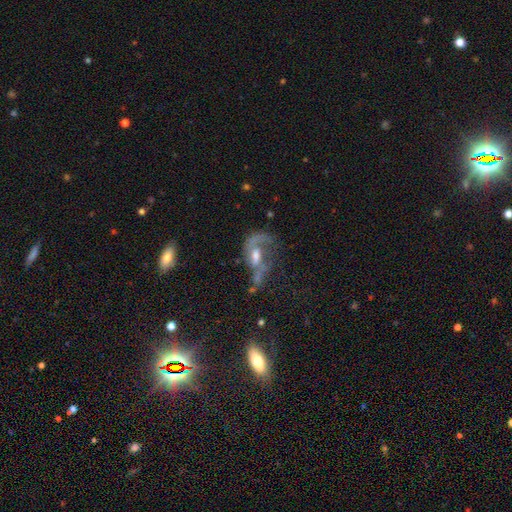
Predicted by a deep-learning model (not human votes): Smooth or featured? Predicted: featured or disk (p=0.68). Edge-on disk? Predicted: no (p=0.94). Bar? Predicted: no (p=0.56). Spiral arms? Predicted: yes (p=0.70). Bulge size? Predicted: moderate (p=0.55). Merging? Predicted: major disturbance (p=0.43).